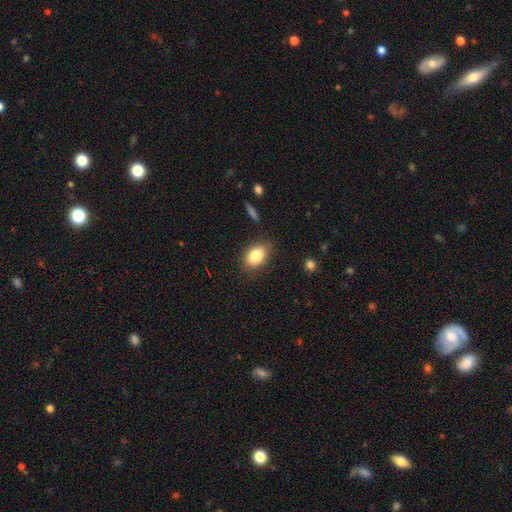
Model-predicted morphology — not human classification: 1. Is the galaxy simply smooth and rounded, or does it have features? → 83% smooth, 9% featured or disk, 8% star or artifact.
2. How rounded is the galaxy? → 85% in between, 14% round, 2% cigar-shaped.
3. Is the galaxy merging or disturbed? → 83% none, 12% minor disturbance, 3% major disturbance, 2% merger.